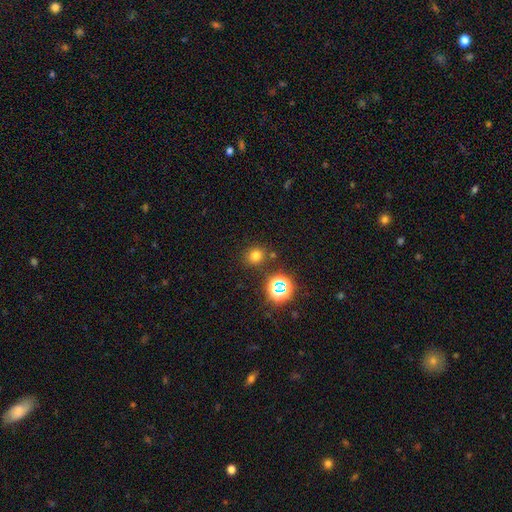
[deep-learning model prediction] This is likely a smooth galaxy (70%). How rounded: clearly round (81%). Merging: clearly none (82%).